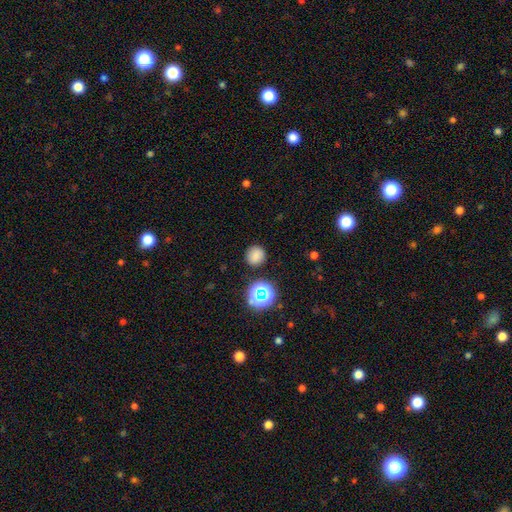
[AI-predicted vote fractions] A smooth galaxy with no disk features (77%) that is round (91%). Merging: none (88%).